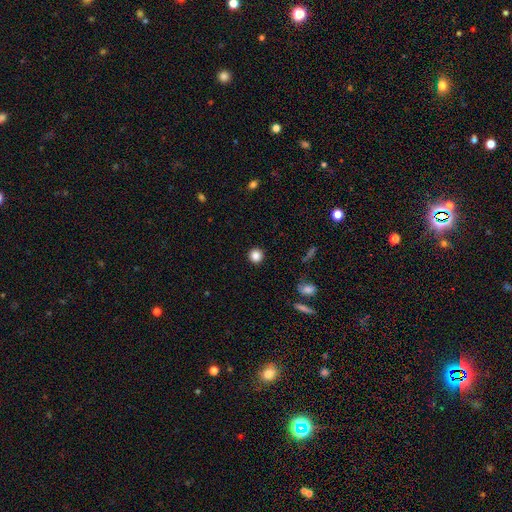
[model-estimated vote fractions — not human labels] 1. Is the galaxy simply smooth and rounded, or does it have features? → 85% smooth, 11% star or artifact, 4% featured or disk.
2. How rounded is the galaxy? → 93% round, 6% in between, 1% cigar-shaped.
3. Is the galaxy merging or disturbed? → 92% none, 5% minor disturbance, 2% major disturbance, 1% merger.